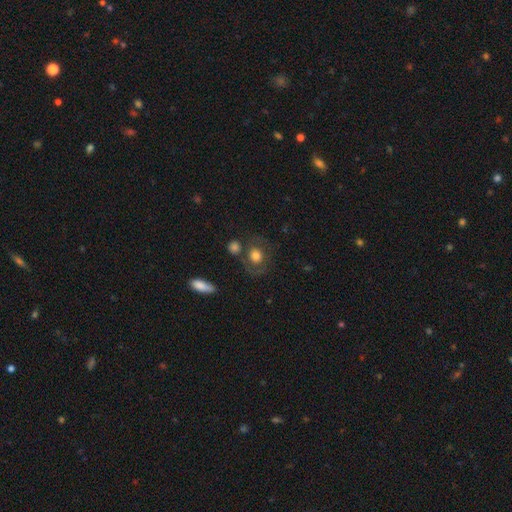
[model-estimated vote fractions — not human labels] smooth 65%, featured or disk 26%, star or artifact 9%. Down the decision tree: how rounded — round (74%); merging — none (63%).